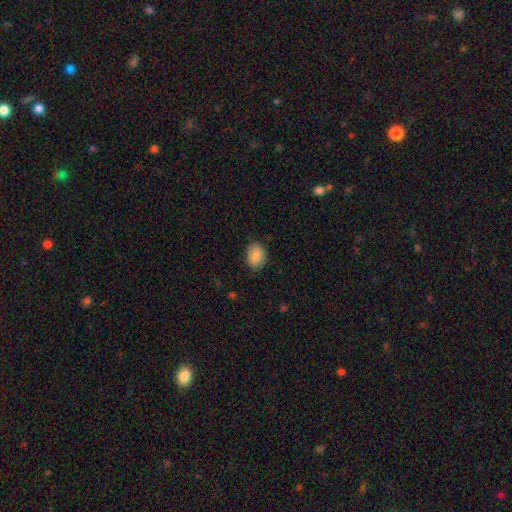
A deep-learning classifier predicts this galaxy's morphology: A smooth galaxy with no disk features (88%) that is in between round and cigar-shaped (72%).

Vote fractions:
- Smooth or featured? smooth: 88% / star or artifact: 7% / featured or disk: 4%
- How rounded? in between: 72% / round: 27% / cigar-shaped: 1%
- Merging? none: 83% / minor disturbance: 13% / major disturbance: 3% / merger: 1%